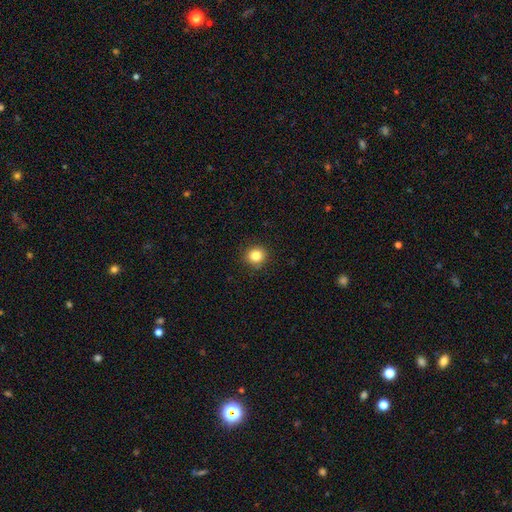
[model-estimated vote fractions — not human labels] This appears to be a smooth galaxy with no disk features (84%) that is round (91%). Merging: none (91%).